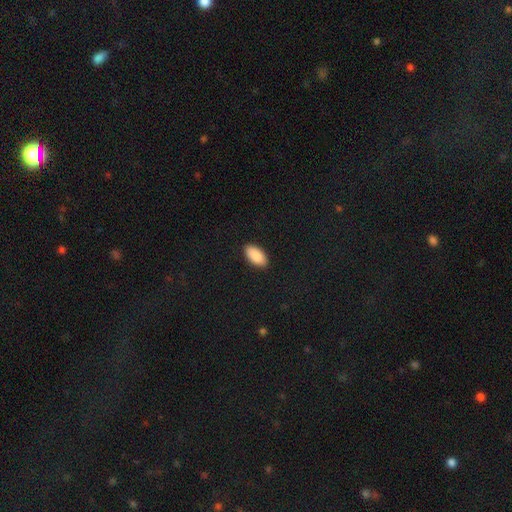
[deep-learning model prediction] This is clearly a smooth galaxy (90%). How rounded: clearly in between (95%). Merging: clearly none (90%).